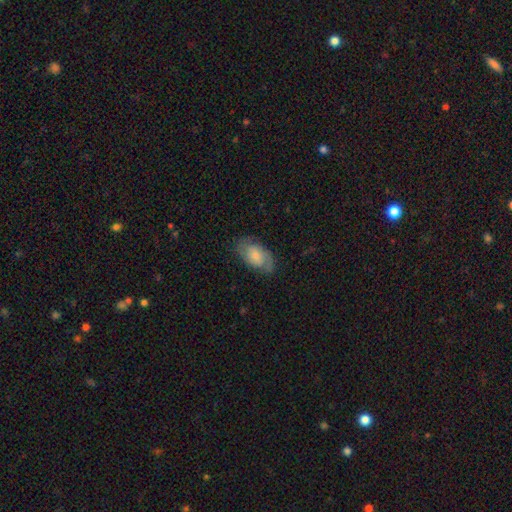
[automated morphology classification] Overall: featured or disk (49%; smooth 44%). Merging: none (72%).